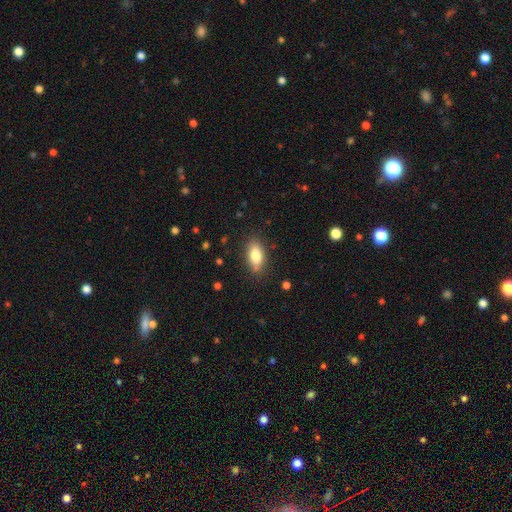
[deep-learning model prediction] Smooth or featured: smooth — 80% (featured or disk — 13%)
How rounded: in between — 86% (cigar-shaped — 9%)
Merging: none — 83% (minor disturbance — 13%)